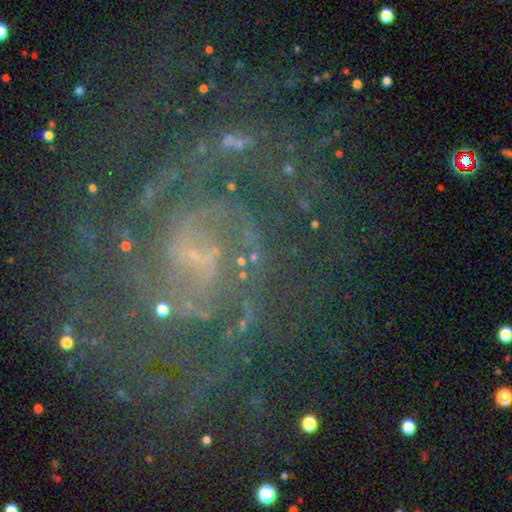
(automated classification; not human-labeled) Morphology: type=featured or disk (73%); edge-on=no (98%); bar=weak (42%); spiral arms=yes (93%); winding=medium (44%); arm count=2 (47%); bulge=small (66%); merging=none (65%).